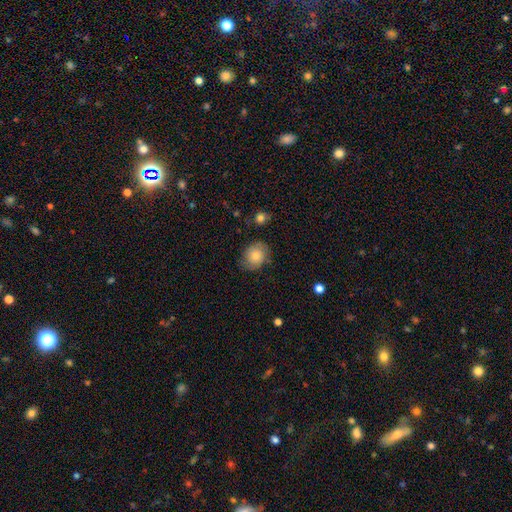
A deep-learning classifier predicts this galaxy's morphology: A smooth galaxy with no disk features (72%) that is in between round and cigar-shaped (50%). Merging: none (70%).